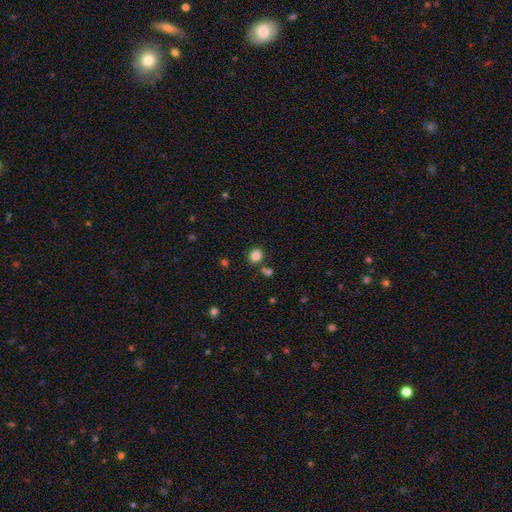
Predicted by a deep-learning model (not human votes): Q: Smooth or featured?
A: smooth (85%); runner-up: star or artifact (11%)
Q: How rounded?
A: round (75%); runner-up: in between (25%)
Q: Merging?
A: none (77%); runner-up: minor disturbance (10%)